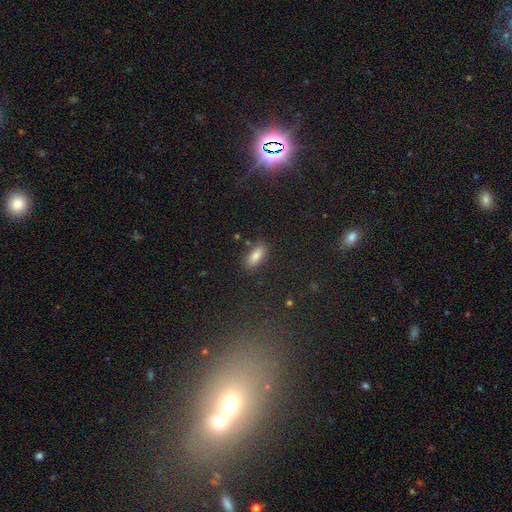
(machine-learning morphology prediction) A smooth galaxy with no disk features (81%) that is in between round and cigar-shaped (84%).

Vote fractions:
- Smooth or featured? smooth: 81% / star or artifact: 11% / featured or disk: 8%
- How rounded? in between: 84% / cigar-shaped: 12% / round: 4%
- Merging? none: 84% / minor disturbance: 10% / major disturbance: 3% / merger: 3%